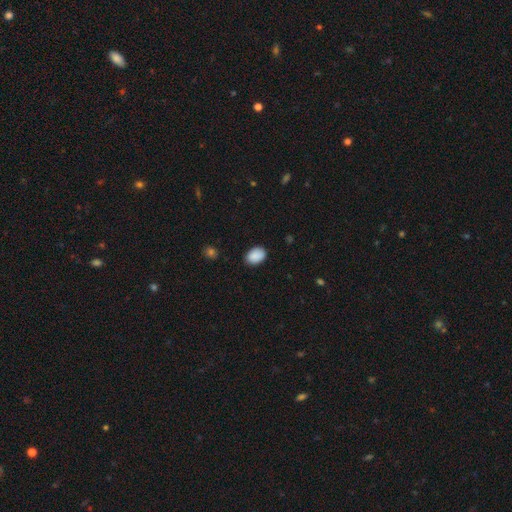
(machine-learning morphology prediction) Overall: smooth (90%). How rounded: in between (80%). Merging: none (86%).